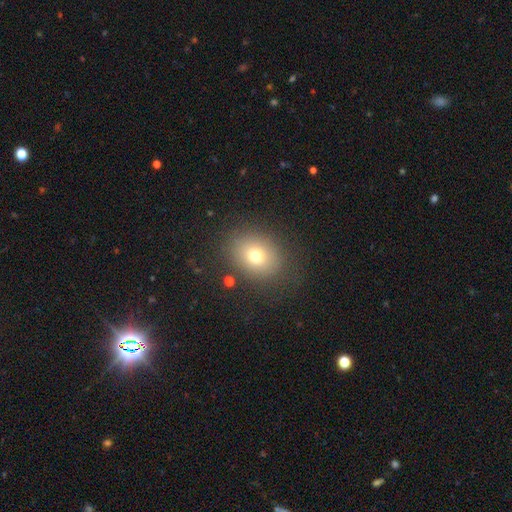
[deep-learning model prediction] A smooth galaxy with no disk features (73%) that is round (51%).

Vote fractions:
- Smooth or featured? smooth: 73% / star or artifact: 14% / featured or disk: 13%
- How rounded? round: 51% / in between: 48% / cigar-shaped: 1%
- Merging? none: 83% / minor disturbance: 10% / major disturbance: 5% / merger: 2%